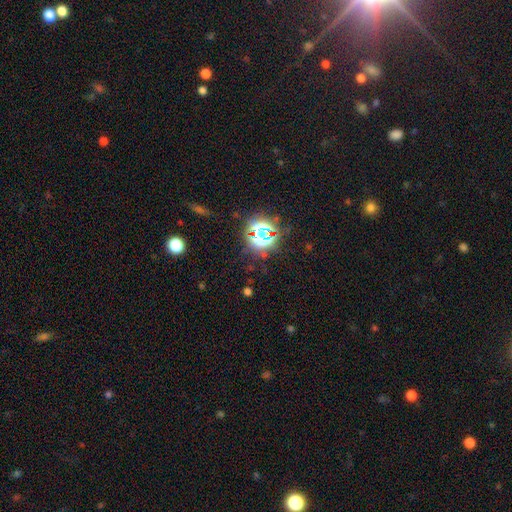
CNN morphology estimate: Smooth or featured? Predicted: star or artifact (p=0.79).